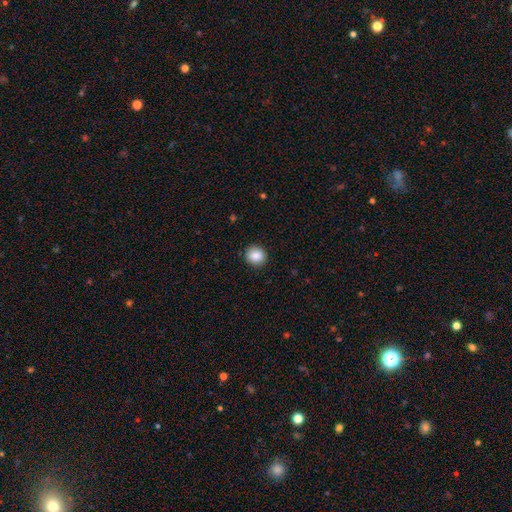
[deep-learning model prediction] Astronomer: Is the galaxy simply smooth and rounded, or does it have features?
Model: smooth — 87%.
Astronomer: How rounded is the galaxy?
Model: round — 84%.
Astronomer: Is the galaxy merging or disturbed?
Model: none — 90%.